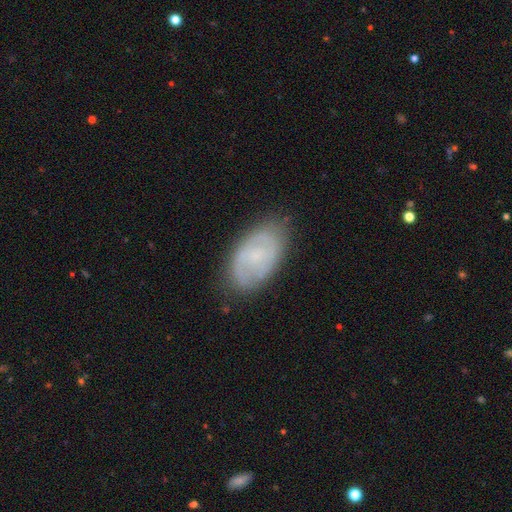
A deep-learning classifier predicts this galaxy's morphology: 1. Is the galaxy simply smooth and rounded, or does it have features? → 56% featured or disk, 36% smooth, 7% star or artifact.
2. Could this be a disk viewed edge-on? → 95% no, 5% yes.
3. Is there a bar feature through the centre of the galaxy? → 57% no, 36% weak, 6% strong.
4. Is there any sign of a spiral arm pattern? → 76% yes, 24% no.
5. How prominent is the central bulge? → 61% small, 19% none, 17% moderate, 2% large, 1% dominant.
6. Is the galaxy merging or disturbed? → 77% none, 17% minor disturbance, 5% major disturbance, 1% merger.